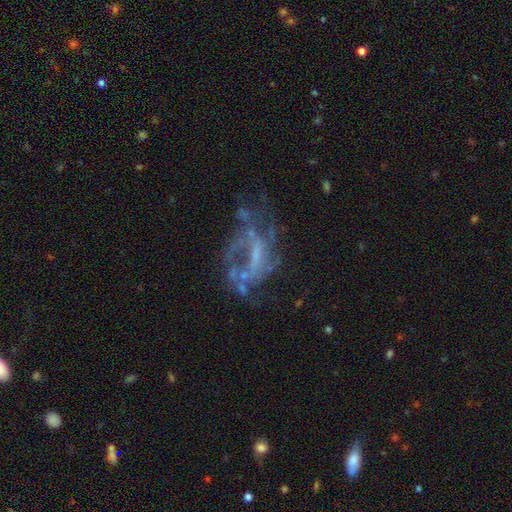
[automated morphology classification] smooth_or_featured: featured or disk (p=0.72) [alt: star or artifact p=0.15]
disk_edge_on: no (p=0.96) [alt: yes p=0.04]
bar: no (p=0.45) [alt: weak p=0.36]
has_spiral_arms: yes (p=0.51) [alt: no p=0.49]
bulge_size: none (p=0.54) [alt: small p=0.27]
merging: none (p=0.38) [alt: major disturbance p=0.36]